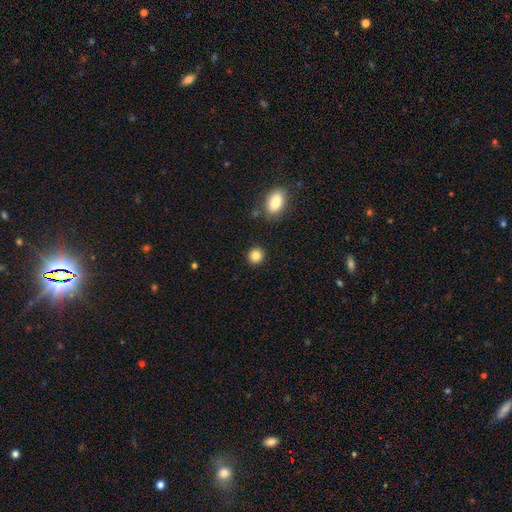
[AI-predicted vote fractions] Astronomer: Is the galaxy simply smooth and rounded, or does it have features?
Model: smooth — 85%.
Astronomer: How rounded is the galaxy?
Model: round — 87%.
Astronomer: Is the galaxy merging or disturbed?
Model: none — 89%.